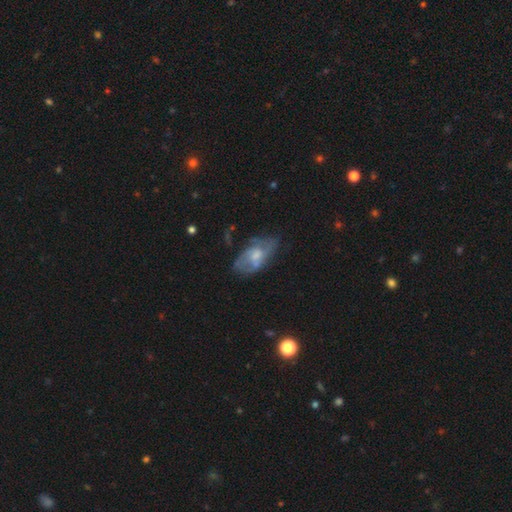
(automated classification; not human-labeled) smooth-or-featured: featured or disk: 59% | smooth: 33% | star or artifact: 8%
  disk-edge-on: no: 94% | yes: 6%
    bar: no: 68% | weak: 28% | strong: 4%
    has-spiral-arms: yes: 64% | no: 36%
    bulge-size: moderate: 47% | small: 32% | none: 12% | large: 8% | dominant: 1%
  merging: none: 52% | minor disturbance: 27% | major disturbance: 17% | merger: 3%